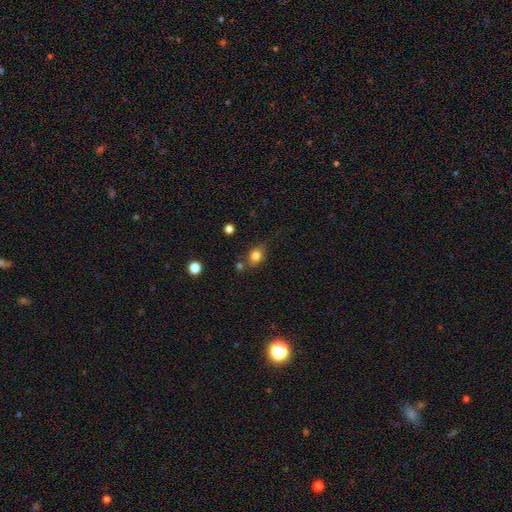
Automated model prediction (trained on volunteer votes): Smooth or featured?
  - smooth: 81% *
  - star or artifact: 11%
  - featured or disk: 9%
How rounded?
  - in between: 52% *
  - round: 47%
  - cigar-shaped: 1%
Merging?
  - none: 66% *
  - minor disturbance: 19%
  - merger: 10%
  - major disturbance: 5%